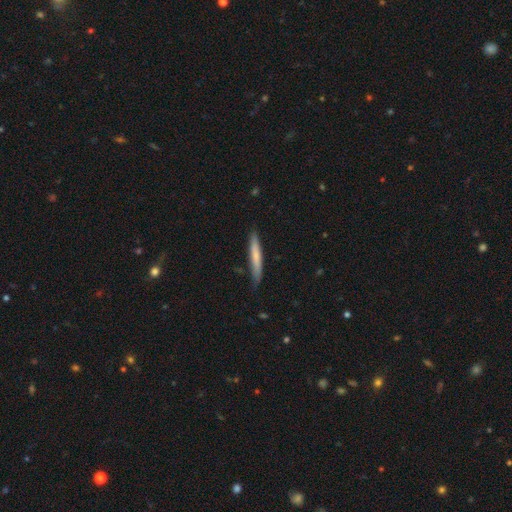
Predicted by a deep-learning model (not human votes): smooth_or_featured: smooth (p=0.68) [alt: featured or disk p=0.26]
how_rounded: cigar-shaped (p=0.95) [alt: in between p=0.04]
merging: none (p=0.79) [alt: minor disturbance p=0.17]